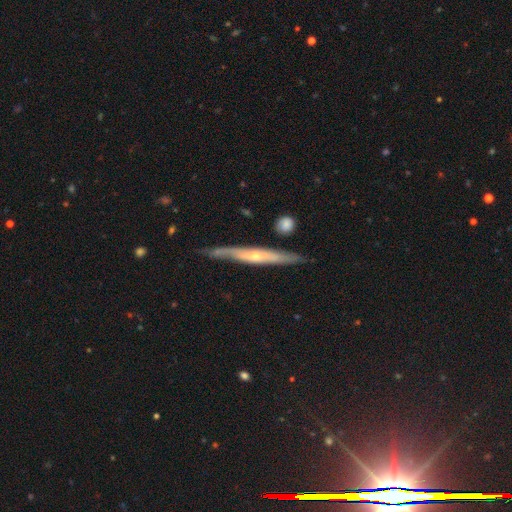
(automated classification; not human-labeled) A featured or disk galaxy (70%) viewed edge-on (86%) with a rounded central bulge (65%).

Vote fractions:
- Smooth or featured? featured or disk: 70% / smooth: 25% / star or artifact: 5%
- Edge-on disk? yes: 86% / no: 14%
- Edge-on bulge? rounded: 65% / none: 31% / boxy: 4%
- Merging? none: 75% / minor disturbance: 18% / major disturbance: 4% / merger: 3%